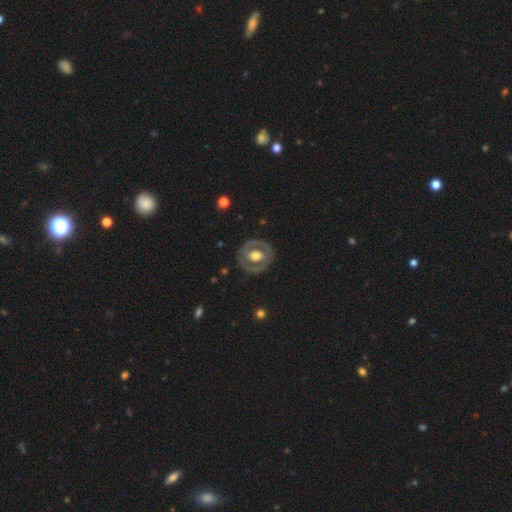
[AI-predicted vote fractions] A featured or disk galaxy (61%) with no bar (67%), no spiral arms (78%) and a moderate central bulge (52%). Merging: none (79%).